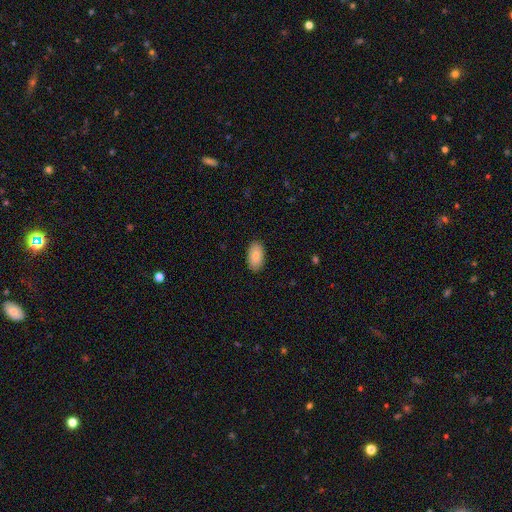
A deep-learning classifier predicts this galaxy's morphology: Q: Smooth or featured?
A: smooth (85%); runner-up: featured or disk (9%)
Q: How rounded?
A: in between (95%); runner-up: round (3%)
Q: Merging?
A: none (88%); runner-up: minor disturbance (9%)